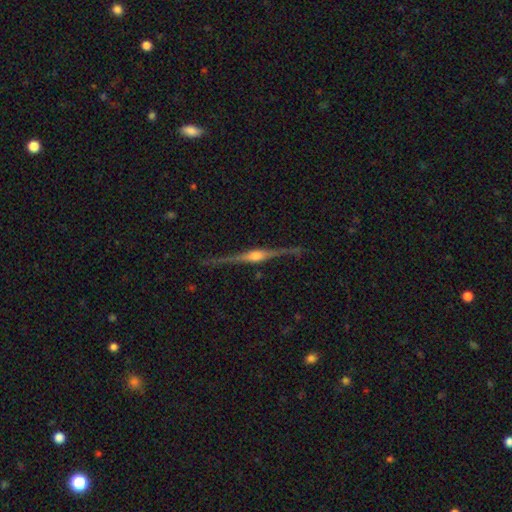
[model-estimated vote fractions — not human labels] Smooth or featured? featured or disk (88%)
Edge-on disk? yes (98%)
Edge-on bulge? rounded (89%)
Merging? none (88%)